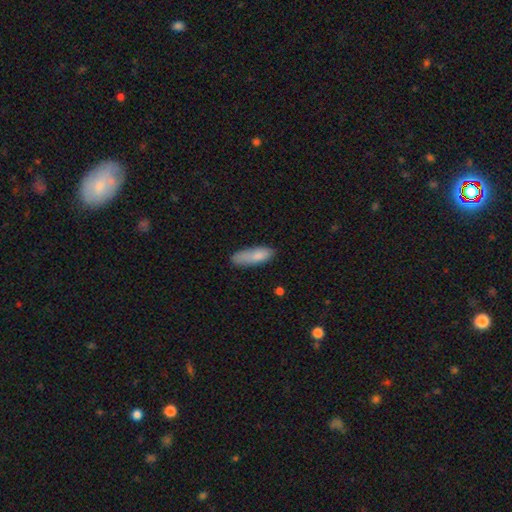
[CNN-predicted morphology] This appears to be a smooth galaxy with no disk features (83%) that is in between round and cigar-shaped (49%, tied with cigar-shaped). Merging: none (68%).